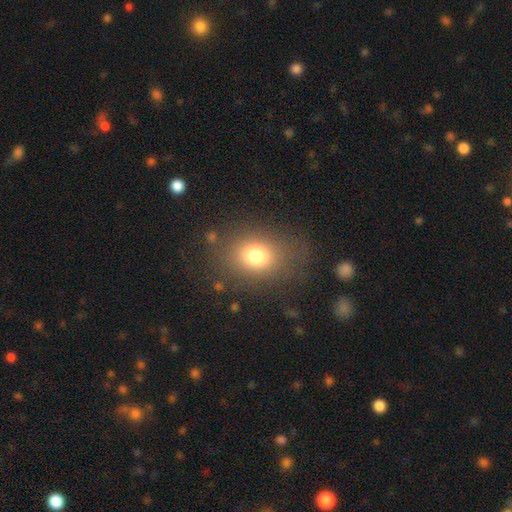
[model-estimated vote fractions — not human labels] A smooth galaxy with no disk features (76%) that is in between round and cigar-shaped (53%). Merging: none (76%).